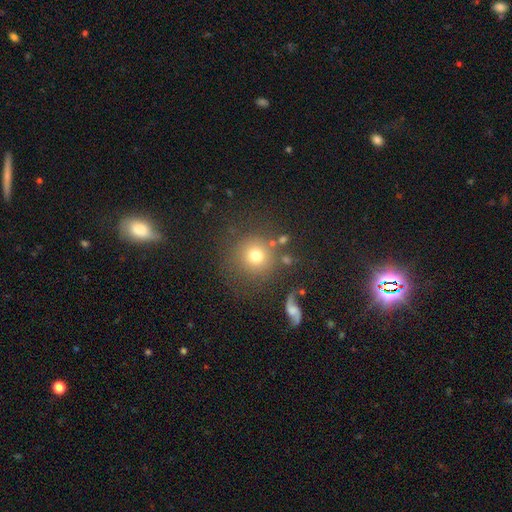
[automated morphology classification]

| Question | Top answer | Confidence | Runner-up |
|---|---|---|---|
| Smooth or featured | smooth | 74% | star or artifact (14%) |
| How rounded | round | 93% | in between (6%) |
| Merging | none | 76% | minor disturbance (11%) |